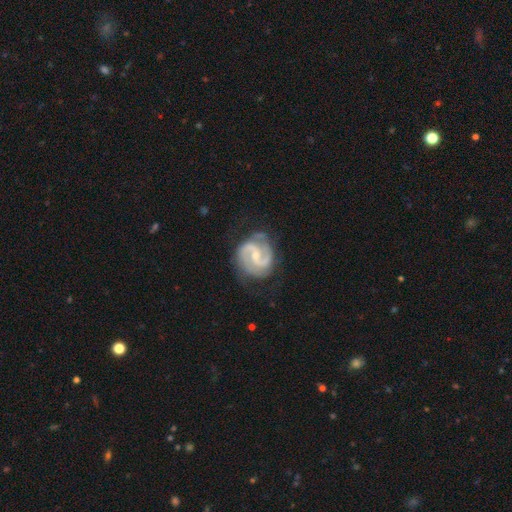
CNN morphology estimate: smooth_or_featured: featured or disk (p=0.90) [alt: smooth p=0.05]
disk_edge_on: no (p=0.98) [alt: yes p=0.02]
bar: weak (p=0.52) [alt: no p=0.28]
has_spiral_arms: yes (p=0.98) [alt: no p=0.02]
spiral_winding: medium (p=0.58) [alt: tight p=0.25]
spiral_arm_count: 2 (p=0.91) [alt: can't tell p=0.03]
bulge_size: small (p=0.59) [alt: moderate p=0.36]
merging: none (p=0.74) [alt: minor disturbance p=0.19]